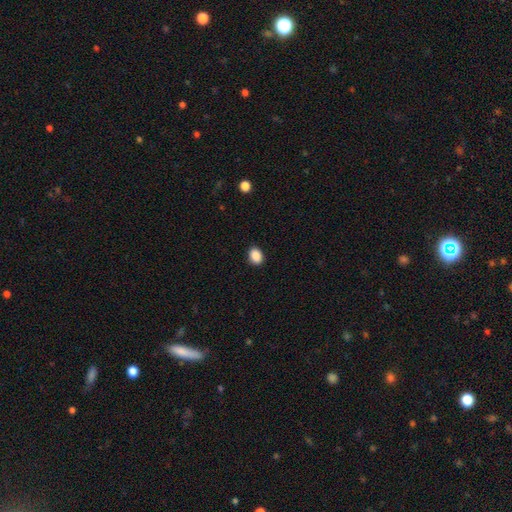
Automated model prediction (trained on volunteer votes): A smooth galaxy with no disk features (89%) that is in between round and cigar-shaped (66%). Merging: none (90%).